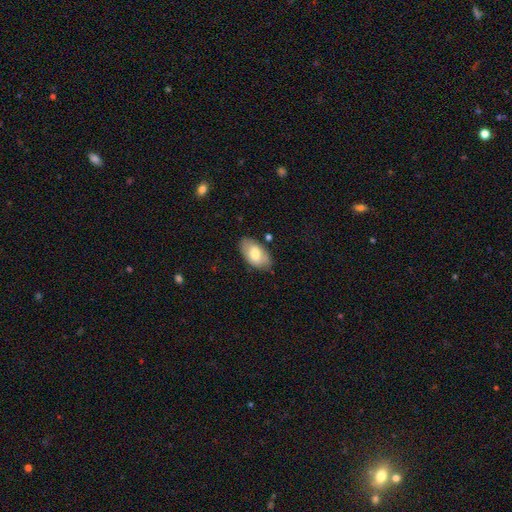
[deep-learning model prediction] Q: Smooth or featured?
A: smooth (72%); runner-up: featured or disk (22%)
Q: How rounded?
A: in between (94%); runner-up: round (4%)
Q: Merging?
A: none (80%); runner-up: minor disturbance (15%)